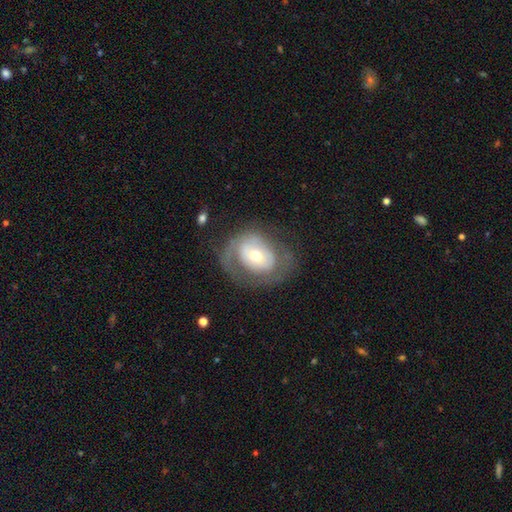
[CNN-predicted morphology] smooth_or_featured: featured or disk (p=0.60) [alt: smooth p=0.33]
disk_edge_on: no (p=0.94) [alt: yes p=0.06]
bar: no (p=0.70) [alt: weak p=0.21]
has_spiral_arms: yes (p=0.51) [alt: no p=0.49]
bulge_size: moderate (p=0.53) [alt: small p=0.38]
merging: none (p=0.57) [alt: major disturbance p=0.21]